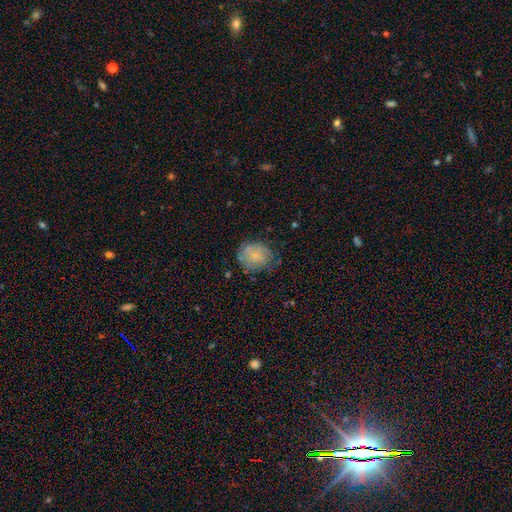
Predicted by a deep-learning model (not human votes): Morphology: type=smooth (66%); roundness=round (62%); merging=none (59%).